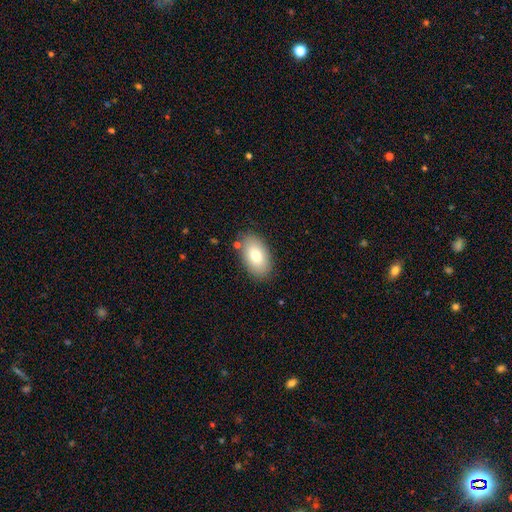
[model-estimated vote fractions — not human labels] Smooth or featured?
  - smooth: 77% *
  - featured or disk: 16%
  - star or artifact: 8%
How rounded?
  - in between: 93% *
  - round: 6%
  - cigar-shaped: 1%
Merging?
  - none: 84% *
  - minor disturbance: 11%
  - major disturbance: 3%
  - merger: 2%